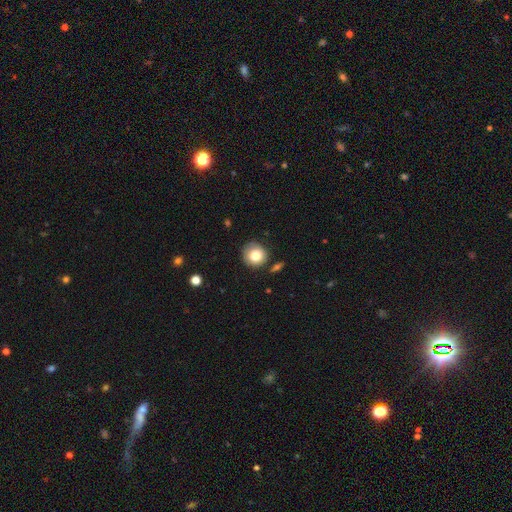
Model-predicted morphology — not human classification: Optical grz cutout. It shows a smooth galaxy with no disk features (81%) that is round (92%). Merging: none (78%).